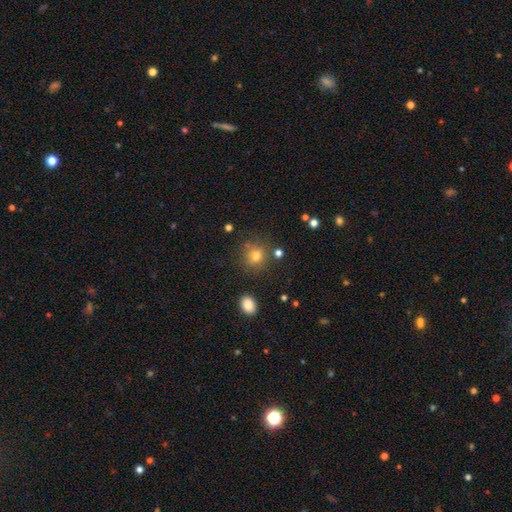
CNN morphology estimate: Smooth or featured? Predicted: smooth (p=0.76). How rounded? Predicted: round (p=0.81). Merging? Predicted: none (p=0.77).